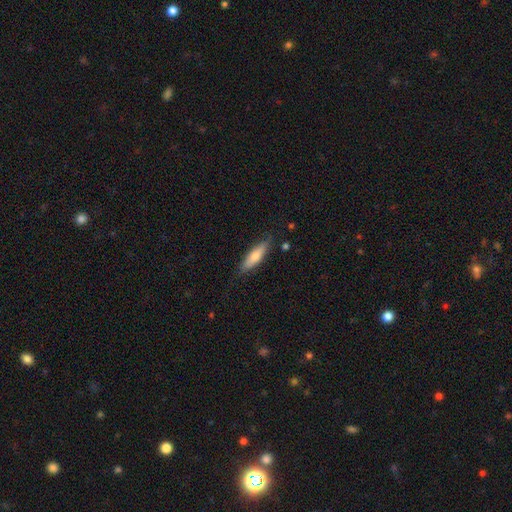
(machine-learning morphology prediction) A smooth galaxy with no disk features (70%) that is cigar-shaped (68%). Merging: none (83%).